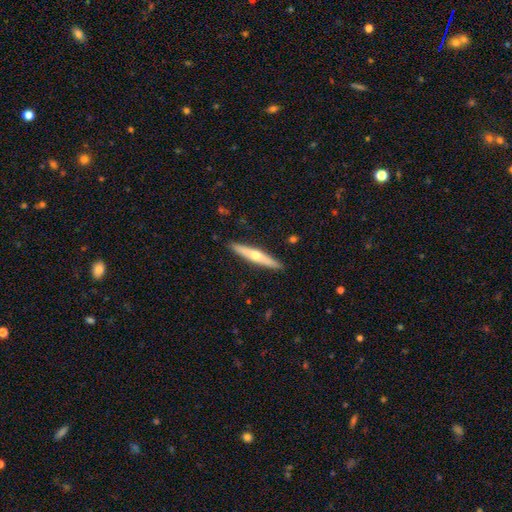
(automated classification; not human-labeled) Smooth or featured: featured or disk — 54% (smooth — 41%)
Edge-on disk: yes — 94% (no — 6%)
Edge-on bulge: rounded — 87% (none — 11%)
Merging: none — 91% (minor disturbance — 7%)